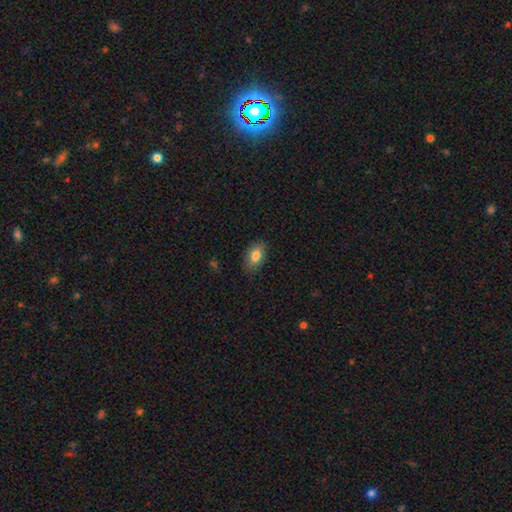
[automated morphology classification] A smooth galaxy with no disk features (82%) that is in between round and cigar-shaped (89%). Merging: none (80%).